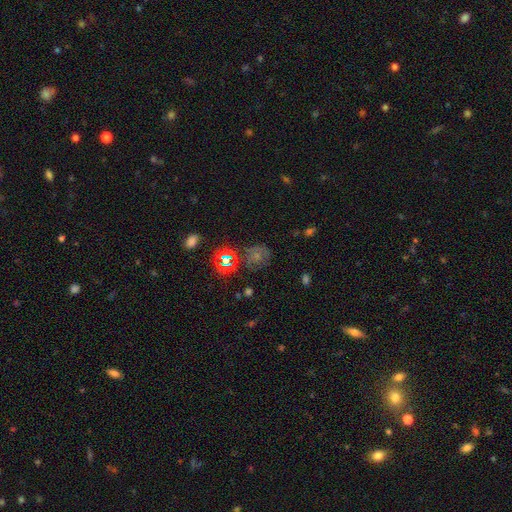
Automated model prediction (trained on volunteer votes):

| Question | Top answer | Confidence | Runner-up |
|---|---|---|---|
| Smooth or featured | star or artifact | 44% | smooth (37%) |